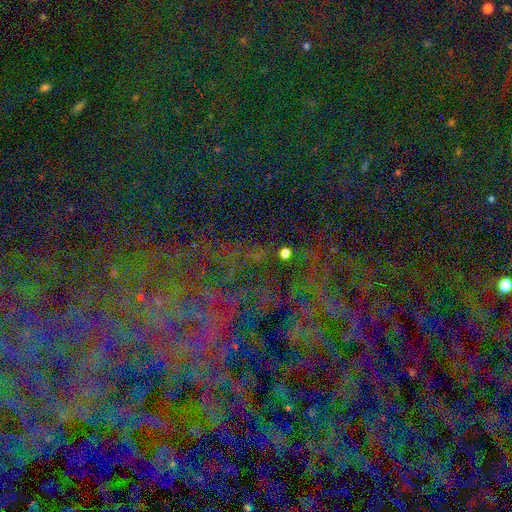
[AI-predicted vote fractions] star or artifact 79%, smooth 11%, featured or disk 10%.